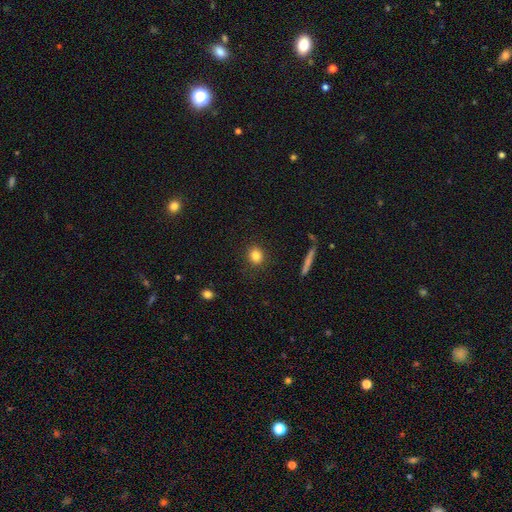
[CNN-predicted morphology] Smooth or featured? smooth (83%)
How rounded? round (82%)
Merging? none (90%)